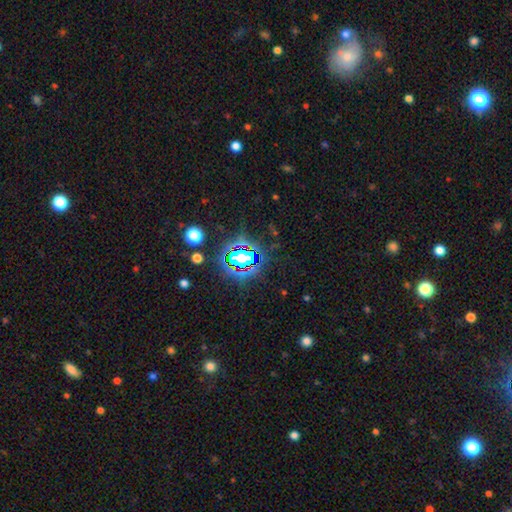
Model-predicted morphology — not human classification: This is likely a star or artifact rather than a galaxy (78%).